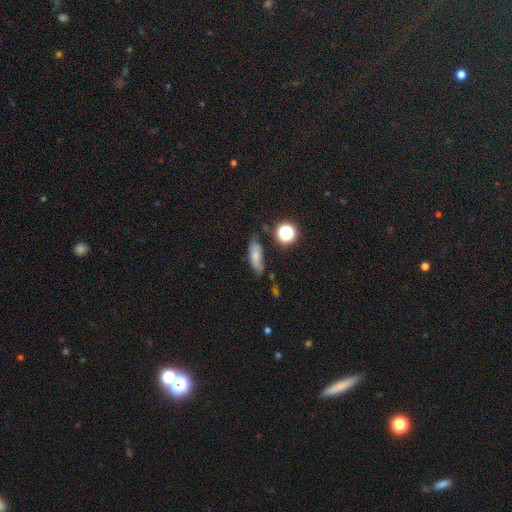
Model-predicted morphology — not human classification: Overall: smooth (67%). How rounded: in between (63%; cigar-shaped 30%). Merging: none (69%).